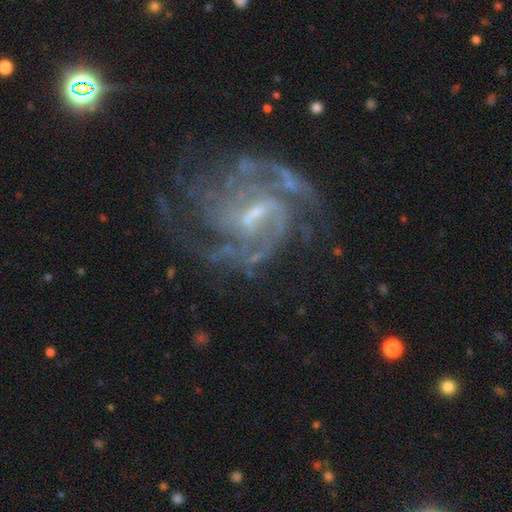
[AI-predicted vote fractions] A featured or disk galaxy (89%) with a weak bar (58%), 2 (27%) medium (47%) spiral arms (96%) and a small central bulge (58%).

Vote fractions:
- Smooth or featured? featured or disk: 89% / star or artifact: 7% / smooth: 4%
- Edge-on disk? no: 98% / yes: 2%
- Bar? weak: 58% / strong: 23% / no: 19%
- Spiral arms? yes: 96% / no: 4%
- Spiral winding? medium: 47% / tight: 39% / loose: 14%
- Spiral arm count? 2: 27% / 3: 24% / can't tell: 23% / 4: 13% / 1: 7% / more than 4: 7%
- Bulge size? small: 58% / moderate: 26% / none: 13% / large: 2% / dominant: 1%
- Merging? none: 60% / major disturbance: 19% / minor disturbance: 18% / merger: 3%